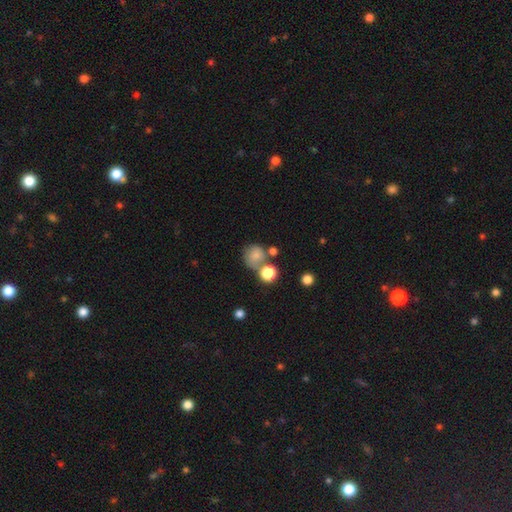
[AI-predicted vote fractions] Smooth or featured: smooth — 77% (star or artifact — 12%)
How rounded: round — 84% (in between — 15%)
Merging: none — 47% (merger — 28%)